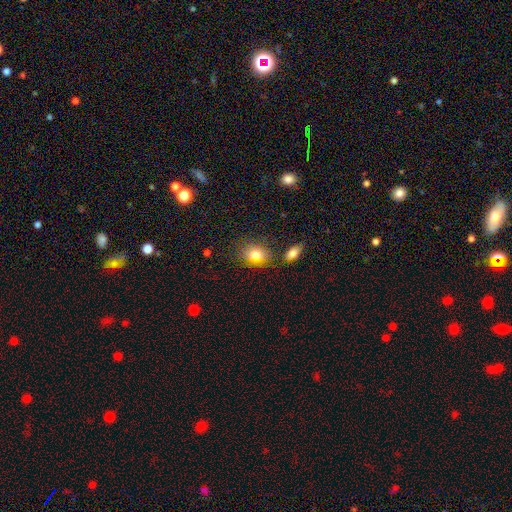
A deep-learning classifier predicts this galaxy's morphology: Overall: smooth (80%). How rounded: in between (71%). Merging: none (70%).